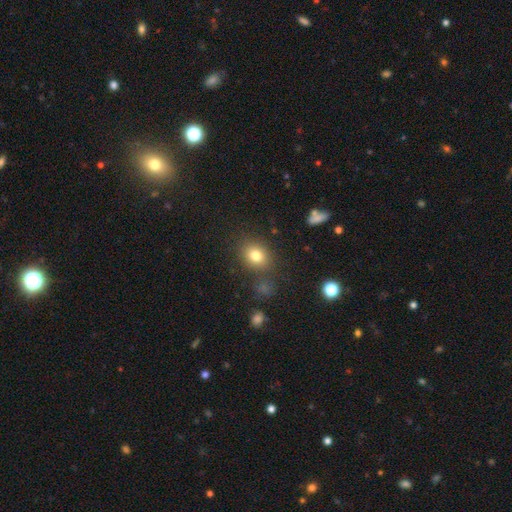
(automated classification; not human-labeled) A smooth galaxy with no disk features (79%) that is round (59%).

Vote fractions:
- Smooth or featured? smooth: 79% / star or artifact: 13% / featured or disk: 8%
- How rounded? round: 59% / in between: 40% / cigar-shaped: 1%
- Merging? none: 79% / minor disturbance: 11% / merger: 5% / major disturbance: 4%